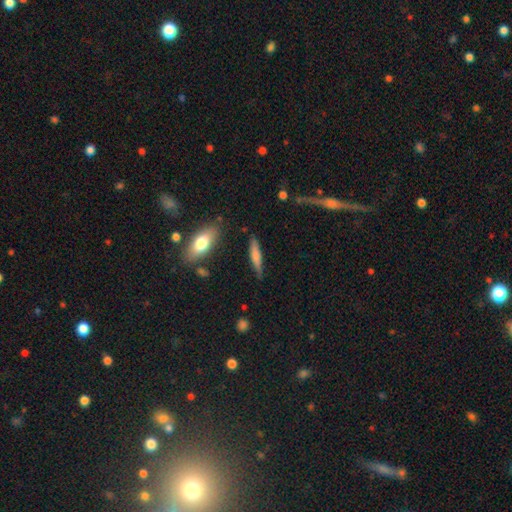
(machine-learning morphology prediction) smooth-or-featured: smooth: 66% | featured or disk: 27% | star or artifact: 6%
  how-rounded: cigar-shaped: 85% | in between: 13% | round: 2%
  merging: none: 80% | minor disturbance: 14% | major disturbance: 3% | merger: 3%